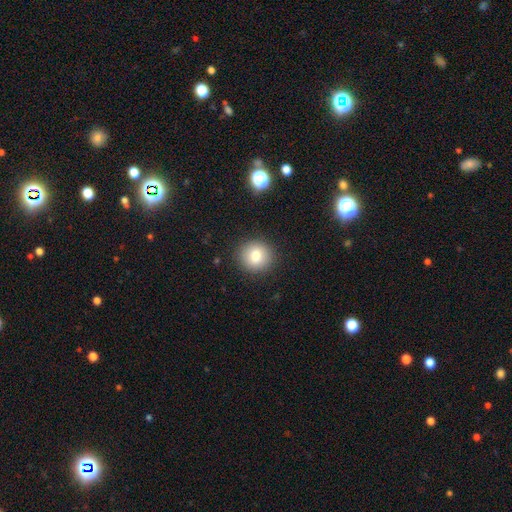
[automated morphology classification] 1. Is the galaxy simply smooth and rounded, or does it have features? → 81% smooth, 10% star or artifact, 9% featured or disk.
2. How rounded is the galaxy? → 90% round, 9% in between, 1% cigar-shaped.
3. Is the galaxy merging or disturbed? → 90% none, 7% minor disturbance, 2% major disturbance, 1% merger.